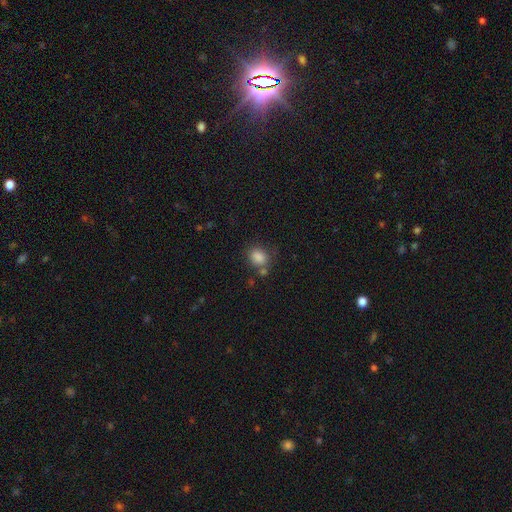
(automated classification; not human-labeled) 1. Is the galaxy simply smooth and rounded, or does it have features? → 77% smooth, 17% star or artifact, 6% featured or disk.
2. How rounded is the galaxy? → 67% round, 32% in between, 1% cigar-shaped.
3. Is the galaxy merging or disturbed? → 71% none, 13% minor disturbance, 11% merger, 5% major disturbance.